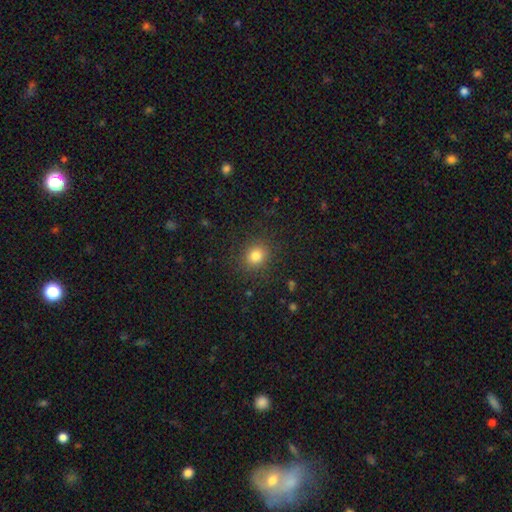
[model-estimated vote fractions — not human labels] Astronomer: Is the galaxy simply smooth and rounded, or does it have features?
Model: smooth — 81%.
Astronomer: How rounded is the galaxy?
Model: round — 76%.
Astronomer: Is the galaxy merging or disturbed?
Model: none — 87%.